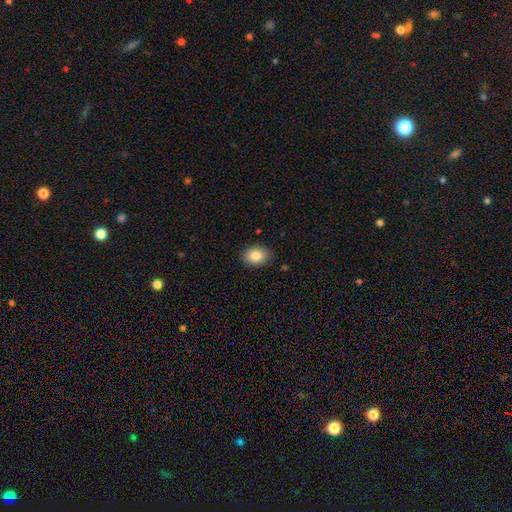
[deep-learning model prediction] A smooth galaxy with no disk features (85%) that is in between round and cigar-shaped (70%). Merging: none (86%).